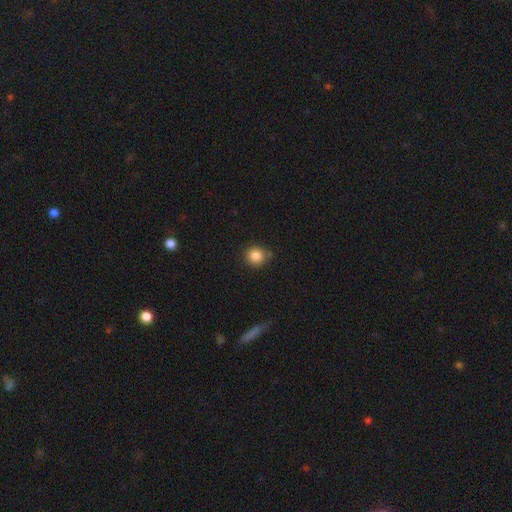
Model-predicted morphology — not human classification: A smooth galaxy with no disk features (86%) that is round (89%).

Vote fractions:
- Smooth or featured? smooth: 86% / star or artifact: 10% / featured or disk: 4%
- How rounded? round: 89% / in between: 10% / cigar-shaped: 1%
- Merging? none: 80% / minor disturbance: 13% / merger: 5% / major disturbance: 3%